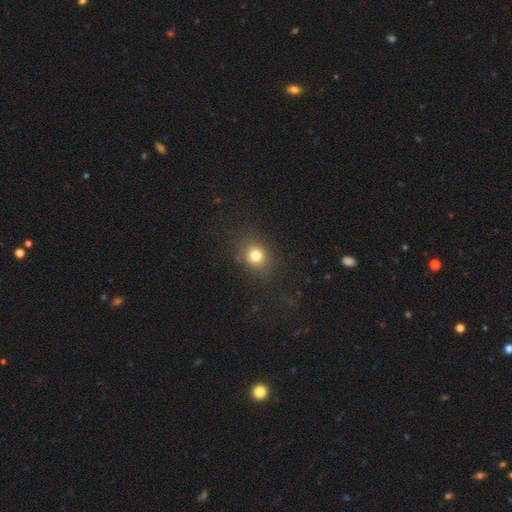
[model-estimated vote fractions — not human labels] Smooth or featured? smooth (78%)
How rounded? round (69%)
Merging? none (82%)